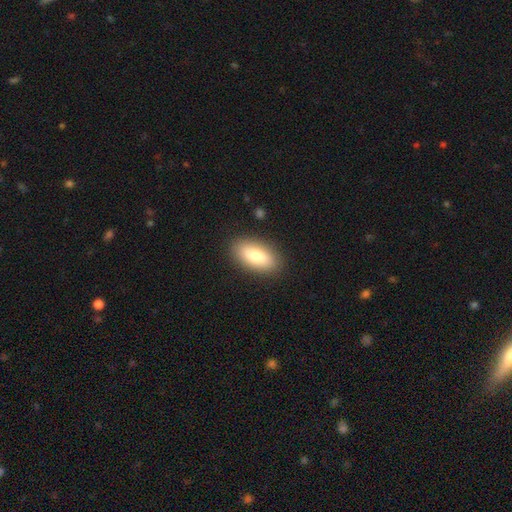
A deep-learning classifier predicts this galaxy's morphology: This appears to be a smooth galaxy with no disk features (76%) that is in between round and cigar-shaped (88%). Merging: none (88%).